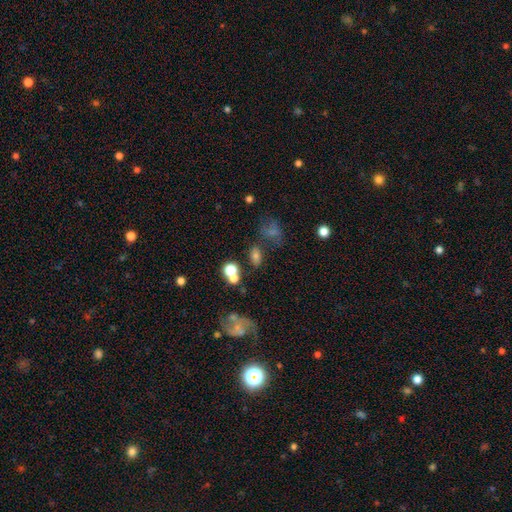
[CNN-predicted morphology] smooth_or_featured: smooth (p=0.71) [alt: star or artifact p=0.17]
how_rounded: in between (p=0.70) [alt: round p=0.28]
merging: none (p=0.62) [alt: merger p=0.16]